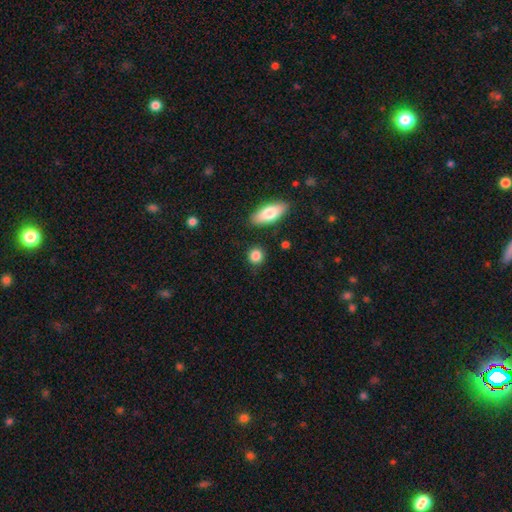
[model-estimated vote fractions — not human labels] Smooth or featured? Predicted: smooth (p=0.86). How rounded? Predicted: round (p=0.81). Merging? Predicted: none (p=0.86).